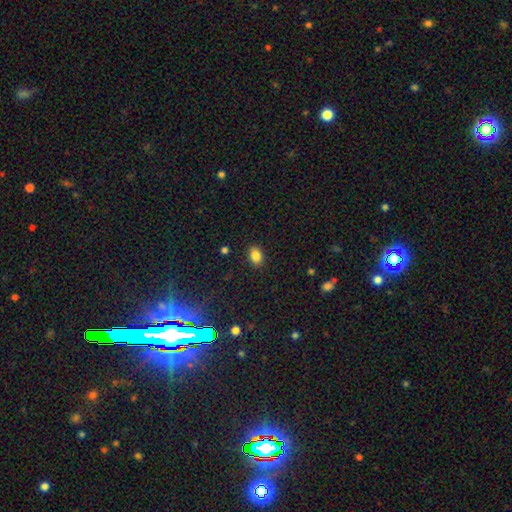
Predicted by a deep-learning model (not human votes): This appears to be a smooth galaxy with no disk features (84%) that is in between round and cigar-shaped (81%). Merging: none (88%).